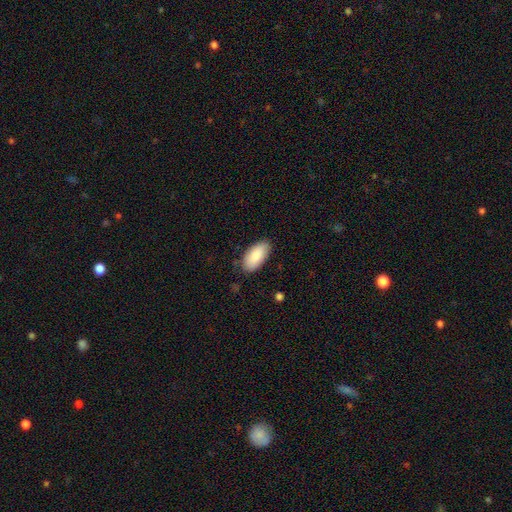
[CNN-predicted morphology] Smooth or featured: smooth — 87% (featured or disk — 8%)
How rounded: in between — 94% (cigar-shaped — 4%)
Merging: none — 81% (minor disturbance — 15%)